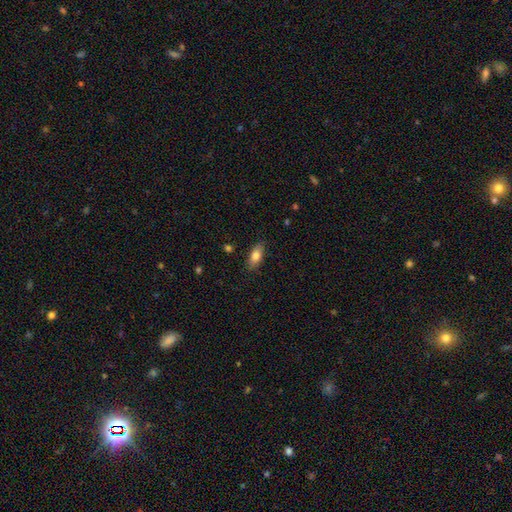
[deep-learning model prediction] Morphology: type=smooth (79%); roundness=in between (83%); merging=none (86%).